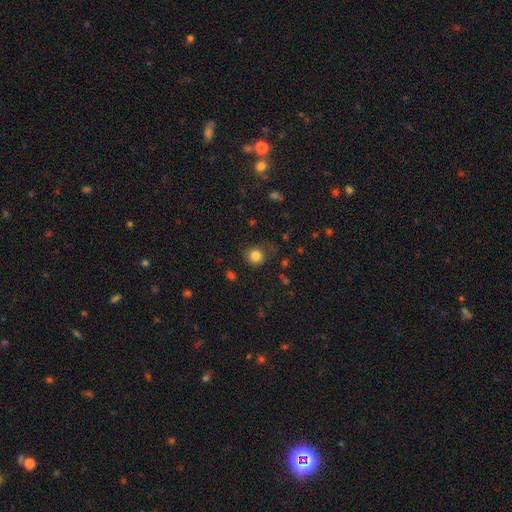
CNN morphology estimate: Smooth or featured: smooth — 82% (star or artifact — 12%)
How rounded: round — 88% (in between — 11%)
Merging: none — 78% (minor disturbance — 15%)